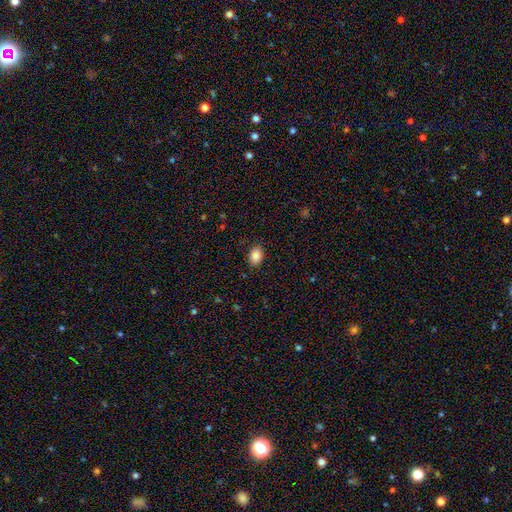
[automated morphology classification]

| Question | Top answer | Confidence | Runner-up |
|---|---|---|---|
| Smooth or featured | smooth | 87% | star or artifact (8%) |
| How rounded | in between | 75% | round (24%) |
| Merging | none | 87% | minor disturbance (10%) |